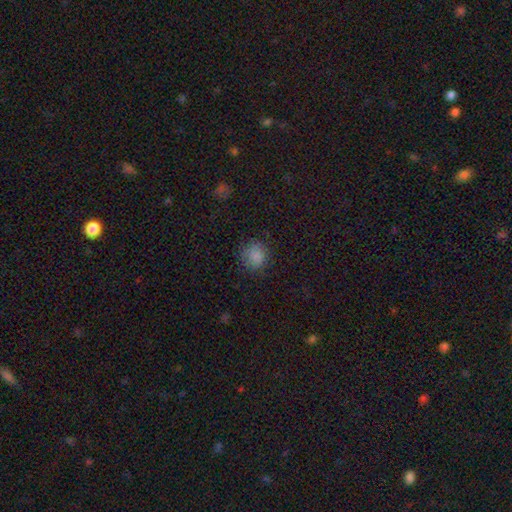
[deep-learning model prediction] Q: Smooth or featured?
A: smooth (83%); runner-up: star or artifact (12%)
Q: How rounded?
A: round (87%); runner-up: in between (12%)
Q: Merging?
A: none (82%); runner-up: minor disturbance (13%)